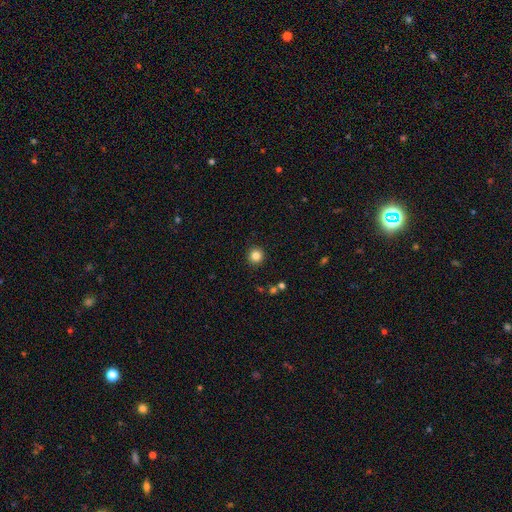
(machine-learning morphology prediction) Smooth or featured?
  - smooth: 84% *
  - star or artifact: 11%
  - featured or disk: 5%
How rounded?
  - round: 94% *
  - in between: 5%
  - cigar-shaped: 1%
Merging?
  - none: 92% *
  - minor disturbance: 5%
  - major disturbance: 2%
  - merger: 1%